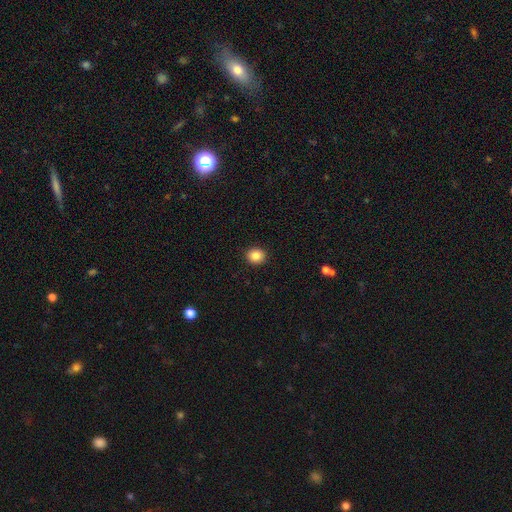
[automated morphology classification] smooth_or_featured: smooth (p=0.85) [alt: star or artifact p=0.10]
how_rounded: round (p=0.81) [alt: in between p=0.19]
merging: none (p=0.92) [alt: minor disturbance p=0.05]